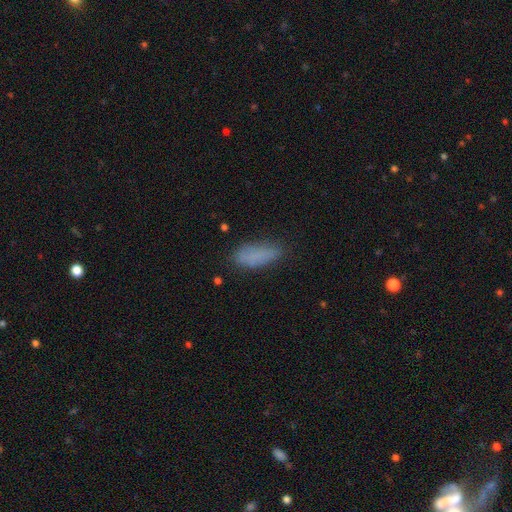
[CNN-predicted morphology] smooth 79%, featured or disk 11%, star or artifact 10%. Down the decision tree: how rounded — in between (66%); merging — none (68%).